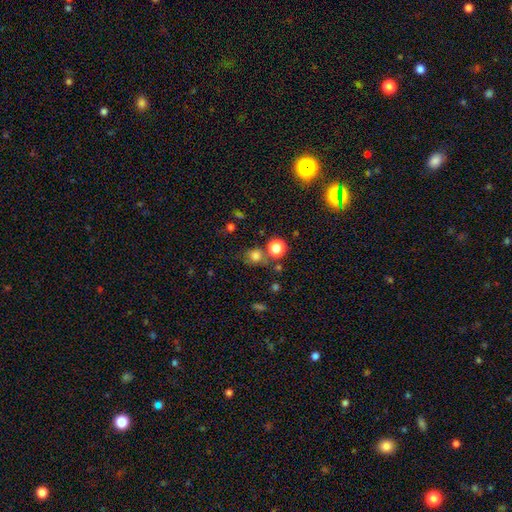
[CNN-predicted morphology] type=smooth (75%); roundness=round (77%); merging=none (63%).